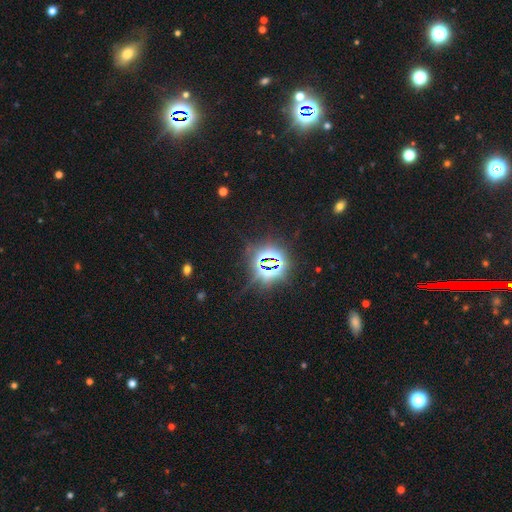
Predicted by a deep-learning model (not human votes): smooth-or-featured: star or artifact: 83% | smooth: 11% | featured or disk: 7%